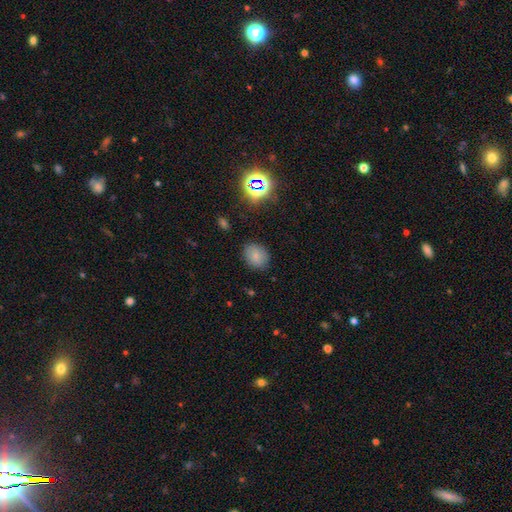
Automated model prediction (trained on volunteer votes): Smooth or featured? smooth (77%)
How rounded? round (52%)
Merging? none (84%)